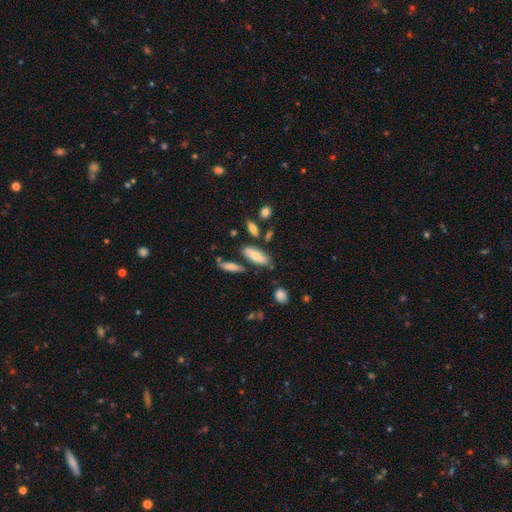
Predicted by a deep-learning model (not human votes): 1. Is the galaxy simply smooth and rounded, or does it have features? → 70% smooth, 22% featured or disk, 8% star or artifact.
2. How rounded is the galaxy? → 75% in between, 22% cigar-shaped, 3% round.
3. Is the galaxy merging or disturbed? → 70% none, 17% minor disturbance, 8% merger, 4% major disturbance.